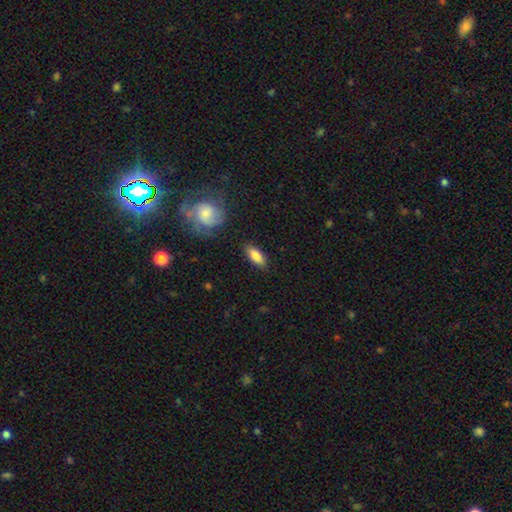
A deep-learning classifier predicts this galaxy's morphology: Smooth or featured? Predicted: smooth (p=0.85). How rounded? Predicted: in between (p=0.77). Merging? Predicted: none (p=0.84).